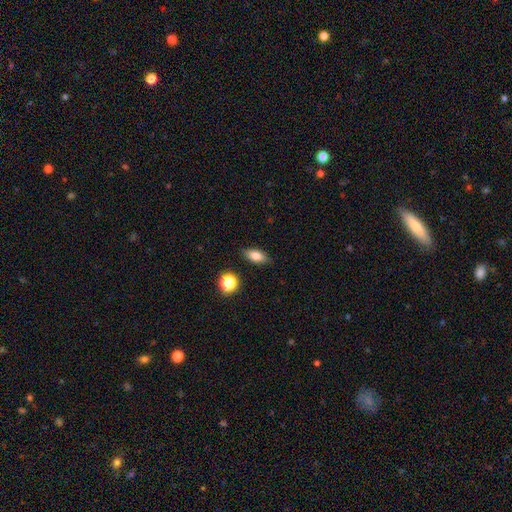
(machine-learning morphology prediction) Smooth or featured: smooth — 79% (featured or disk — 12%)
How rounded: in between — 81% (cigar-shaped — 11%)
Merging: none — 86% (minor disturbance — 10%)